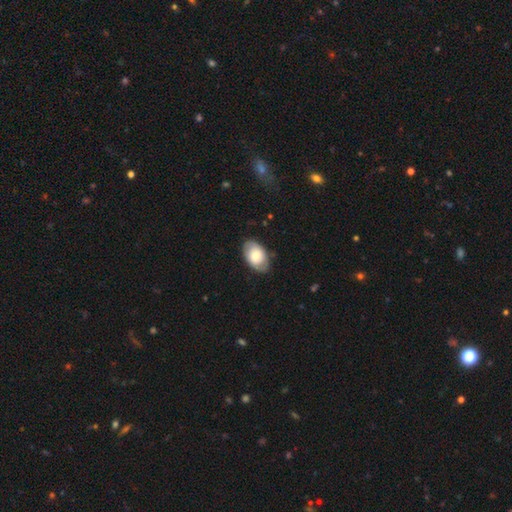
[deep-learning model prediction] smooth-or-featured: smooth: 62% | featured or disk: 31% | star or artifact: 6%
  how-rounded: in between: 90% | round: 9% | cigar-shaped: 1%
  merging: none: 78% | minor disturbance: 17% | major disturbance: 4% | merger: 1%